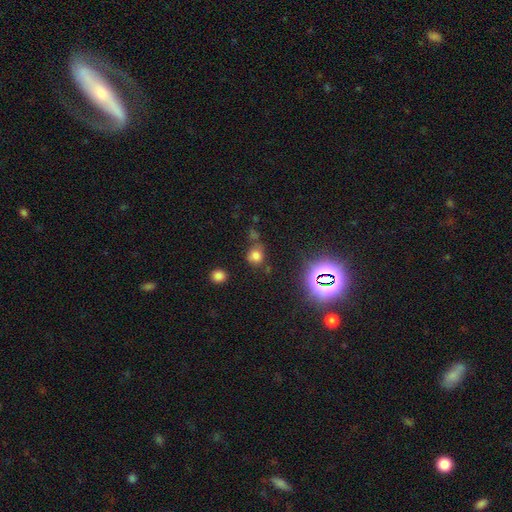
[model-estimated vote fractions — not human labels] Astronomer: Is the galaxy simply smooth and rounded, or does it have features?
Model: smooth — 68%.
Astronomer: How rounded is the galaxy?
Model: round — 79%.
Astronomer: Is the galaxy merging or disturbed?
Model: none — 65%.